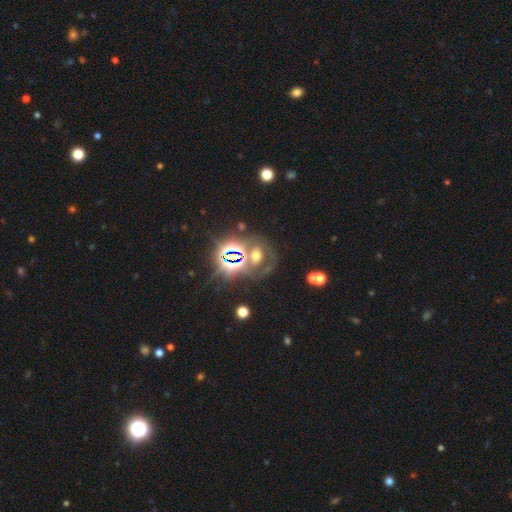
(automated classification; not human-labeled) Overall: star or artifact (44%; featured or disk 29%).